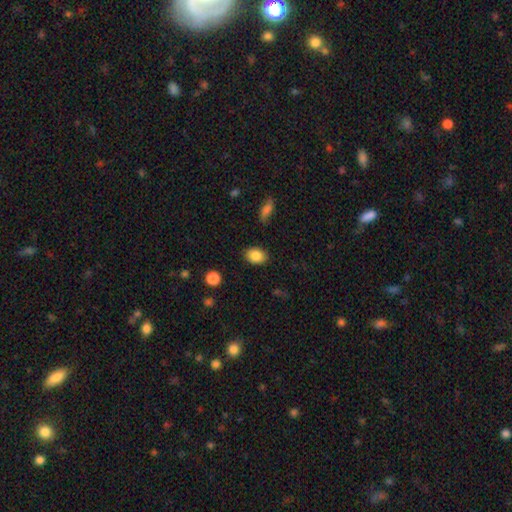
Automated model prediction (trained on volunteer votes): Smooth or featured? Predicted: smooth (p=0.85). How rounded? Predicted: in between (p=0.73). Merging? Predicted: none (p=0.86).